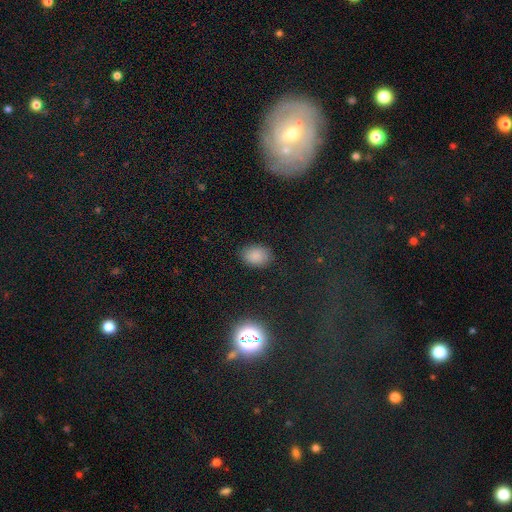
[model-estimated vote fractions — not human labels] Smooth or featured?
  - smooth: 85% *
  - star or artifact: 11%
  - featured or disk: 4%
How rounded?
  - in between: 78% *
  - round: 21%
  - cigar-shaped: 1%
Merging?
  - none: 85% *
  - minor disturbance: 11%
  - major disturbance: 3%
  - merger: 1%